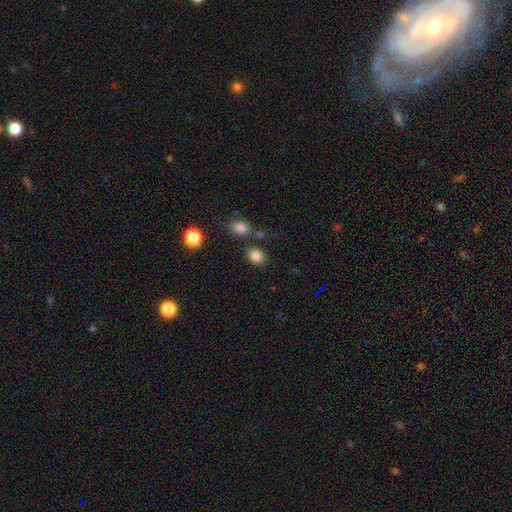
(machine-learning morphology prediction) Smooth or featured: smooth — 84% (star or artifact — 11%)
How rounded: in between — 50% (round — 49%)
Merging: none — 76% (minor disturbance — 11%)